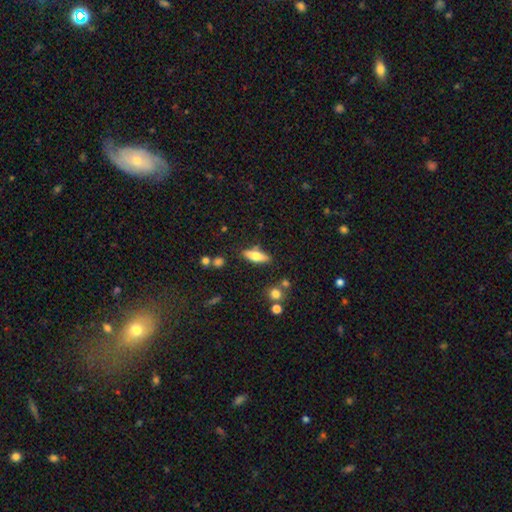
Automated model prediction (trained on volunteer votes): Smooth or featured?
  - smooth: 60% *
  - featured or disk: 32%
  - star or artifact: 7%
How rounded?
  - in between: 62% *
  - cigar-shaped: 35%
  - round: 3%
Merging?
  - none: 80% *
  - minor disturbance: 12%
  - merger: 5%
  - major disturbance: 3%